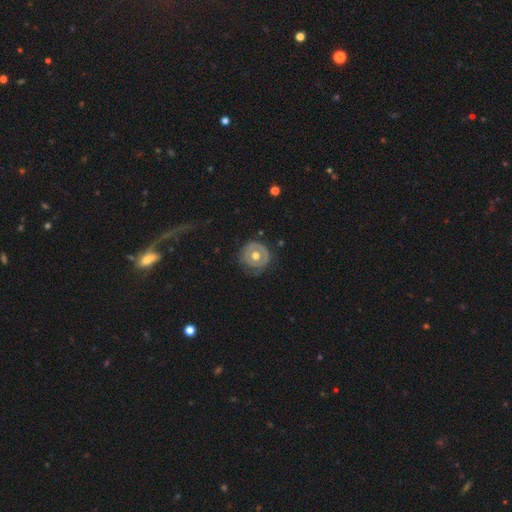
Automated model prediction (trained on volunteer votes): Smooth or featured? Predicted: featured or disk (p=0.53). Edge-on disk? Predicted: no (p=0.96). Bar? Predicted: no (p=0.86). Spiral arms? Predicted: no (p=0.77). Bulge size? Predicted: moderate (p=0.77). Merging? Predicted: none (p=0.72).